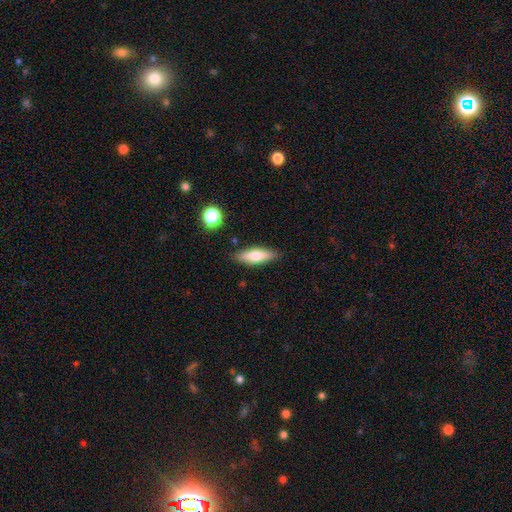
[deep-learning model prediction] A smooth galaxy with no disk features (69%) that is cigar-shaped (50%).

Vote fractions:
- Smooth or featured? smooth: 69% / featured or disk: 24% / star or artifact: 7%
- How rounded? cigar-shaped: 50% / in between: 48% / round: 2%
- Merging? none: 84% / minor disturbance: 11% / major disturbance: 2% / merger: 2%